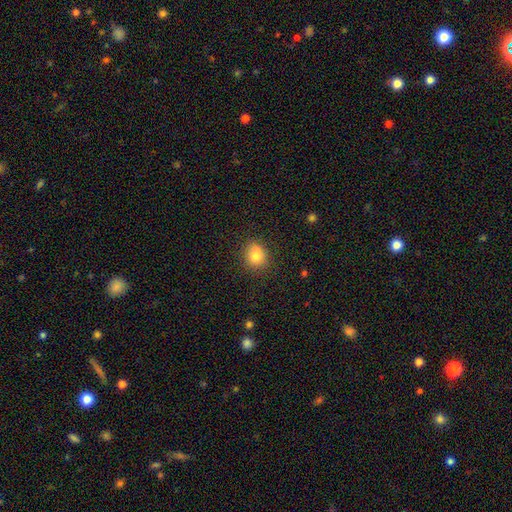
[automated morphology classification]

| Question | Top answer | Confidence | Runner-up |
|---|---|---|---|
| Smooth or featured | smooth | 78% | star or artifact (11%) |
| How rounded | round | 72% | in between (27%) |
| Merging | none | 67% | minor disturbance (18%) |